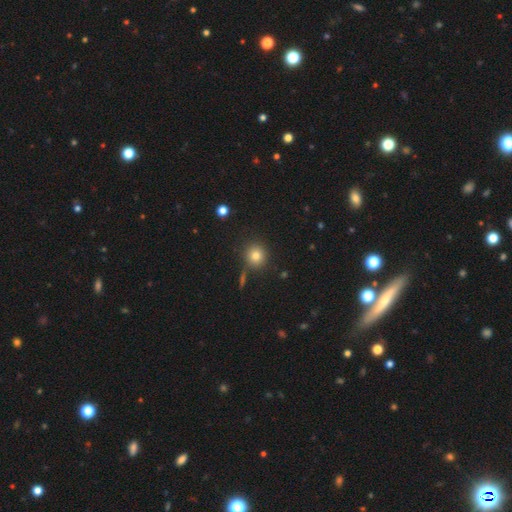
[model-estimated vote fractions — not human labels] smooth 79%, star or artifact 13%, featured or disk 8%. Down the decision tree: how rounded — round (91%); merging — none (83%).